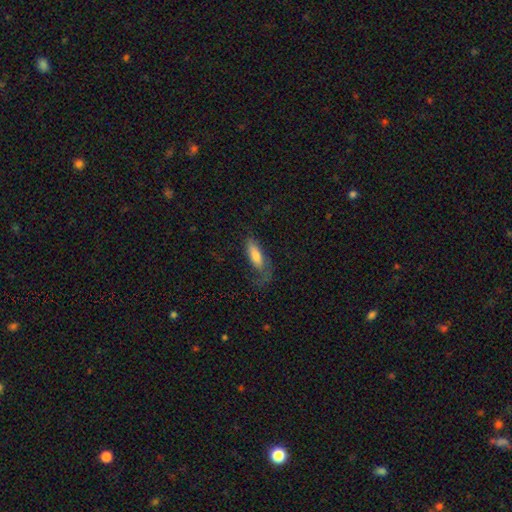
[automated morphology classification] This appears to be a smooth galaxy with no disk features (69%) that is in between round and cigar-shaped (60%). Merging: none (42%).